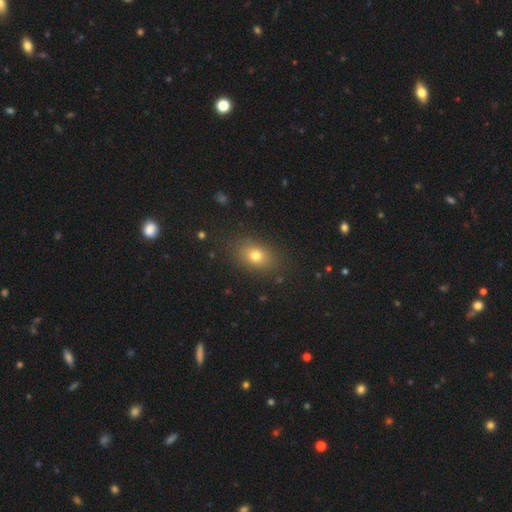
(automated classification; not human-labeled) Smooth or featured?
  - smooth: 75% *
  - star or artifact: 14%
  - featured or disk: 12%
How rounded?
  - in between: 72% *
  - round: 25%
  - cigar-shaped: 2%
Merging?
  - none: 84% *
  - minor disturbance: 10%
  - major disturbance: 4%
  - merger: 1%